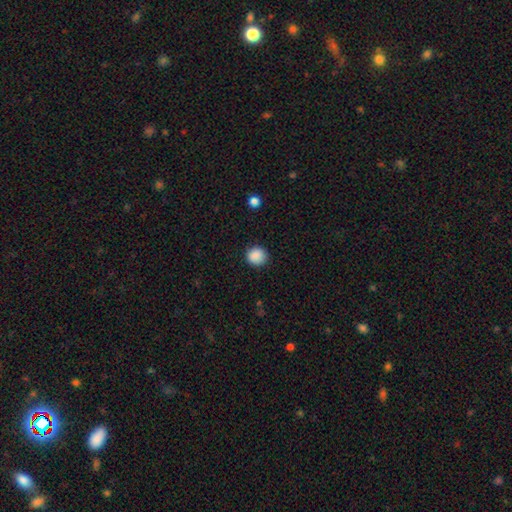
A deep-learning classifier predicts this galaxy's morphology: Smooth or featured?
  - smooth: 88% *
  - star or artifact: 9%
  - featured or disk: 3%
How rounded?
  - round: 90% *
  - in between: 9%
  - cigar-shaped: 1%
Merging?
  - none: 89% *
  - minor disturbance: 8%
  - major disturbance: 2%
  - merger: 1%